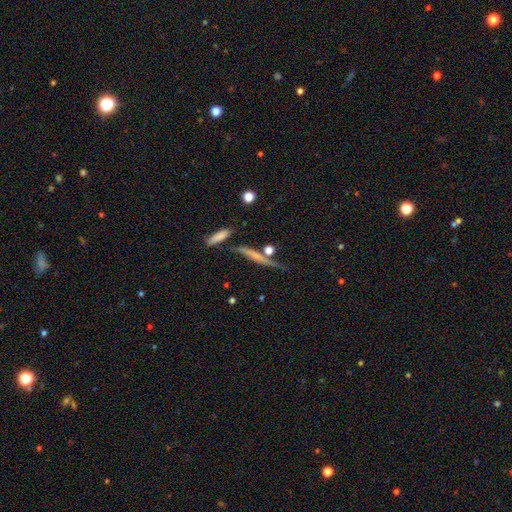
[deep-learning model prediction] A featured or disk galaxy (51%) viewed edge-on (88%). Merging: none (65%).